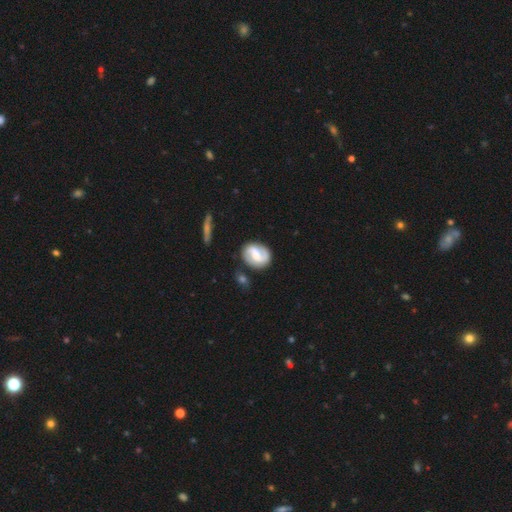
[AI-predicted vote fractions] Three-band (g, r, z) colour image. It shows a featured or disk galaxy (74%) with a weak bar (48%), 2 (88%) medium (44%) spiral arms (94%) and a moderate central bulge (49%). Merging: none (76%).